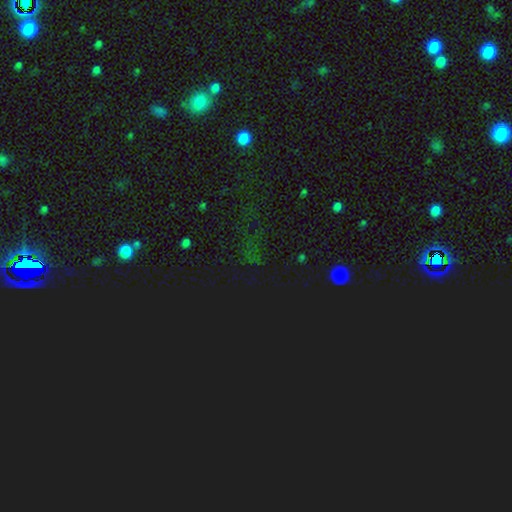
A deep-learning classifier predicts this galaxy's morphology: smooth-or-featured: star or artifact: 72% | smooth: 20% | featured or disk: 8%